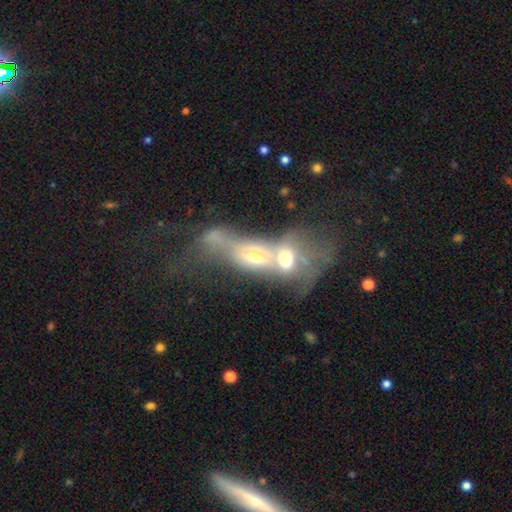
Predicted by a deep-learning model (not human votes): Morphology: type=featured or disk (53%); edge-on=no (85%); merging=merger (81%).